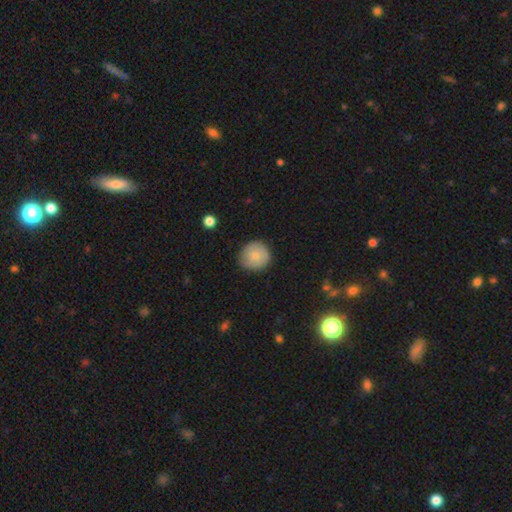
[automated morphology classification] A smooth galaxy with no disk features (75%) that is round (91%). Merging: none (79%).